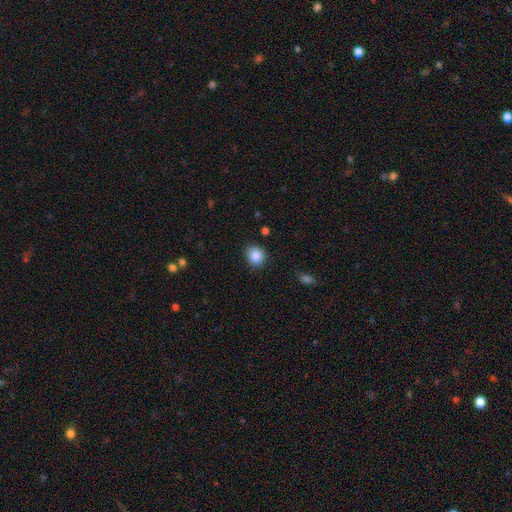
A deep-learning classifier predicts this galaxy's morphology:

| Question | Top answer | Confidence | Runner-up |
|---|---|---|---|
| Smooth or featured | smooth | 87% | star or artifact (9%) |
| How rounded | round | 78% | in between (21%) |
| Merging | none | 85% | minor disturbance (11%) |